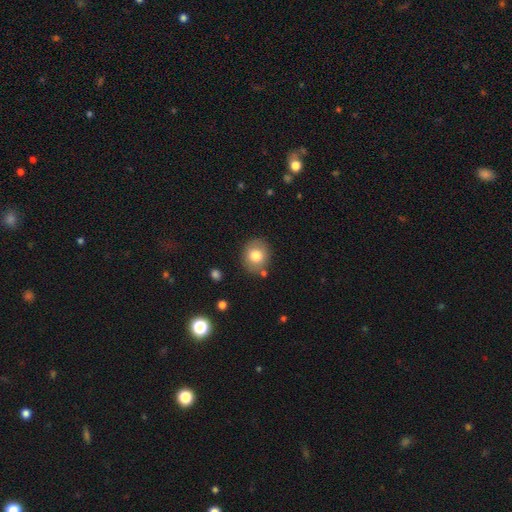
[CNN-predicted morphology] Smooth or featured?
  - smooth: 78% *
  - featured or disk: 13%
  - star or artifact: 9%
How rounded?
  - round: 70% *
  - in between: 29%
  - cigar-shaped: 1%
Merging?
  - none: 82% *
  - minor disturbance: 11%
  - merger: 4%
  - major disturbance: 3%